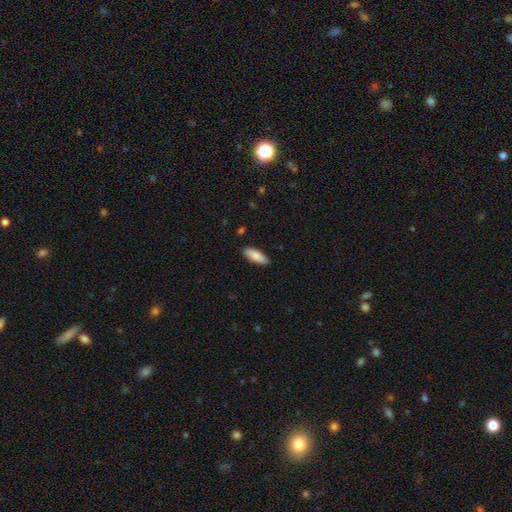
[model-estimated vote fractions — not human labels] Q: Smooth or featured?
A: smooth (87%); runner-up: featured or disk (7%)
Q: How rounded?
A: in between (65%); runner-up: cigar-shaped (33%)
Q: Merging?
A: none (88%); runner-up: minor disturbance (9%)